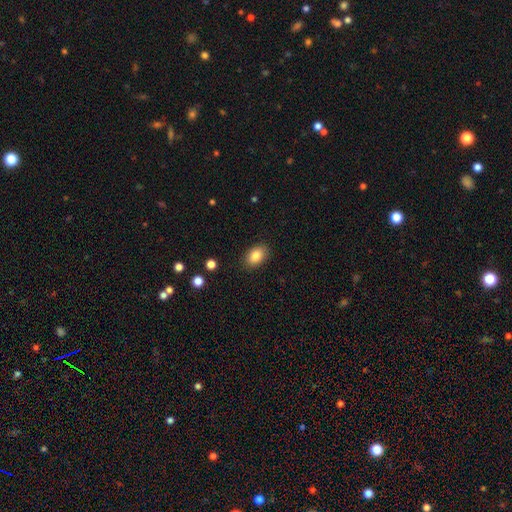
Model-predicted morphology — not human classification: smooth_or_featured: smooth (p=0.84) [alt: star or artifact p=0.08]
how_rounded: in between (p=0.85) [alt: round p=0.14]
merging: none (p=0.87) [alt: minor disturbance p=0.09]